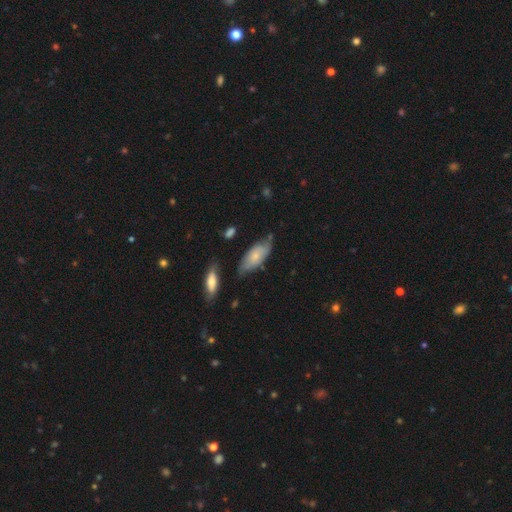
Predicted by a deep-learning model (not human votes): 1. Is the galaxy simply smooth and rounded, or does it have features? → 67% smooth, 27% featured or disk, 6% star or artifact.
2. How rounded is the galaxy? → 84% in between, 14% cigar-shaped, 2% round.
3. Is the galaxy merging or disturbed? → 63% none, 27% minor disturbance, 5% major disturbance, 5% merger.